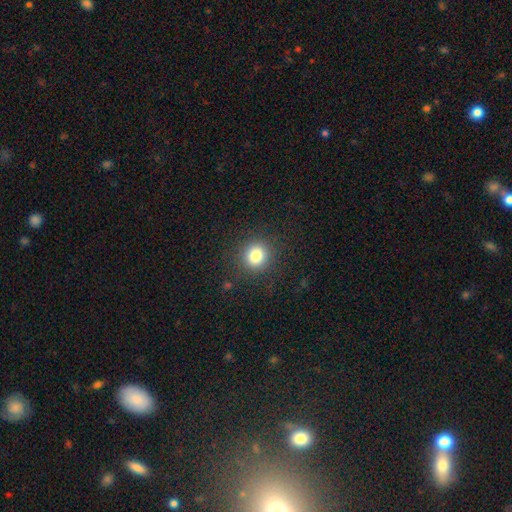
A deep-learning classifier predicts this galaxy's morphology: Smooth or featured: smooth — 81% (star or artifact — 13%)
How rounded: round — 89% (in between — 10%)
Merging: none — 89% (minor disturbance — 7%)